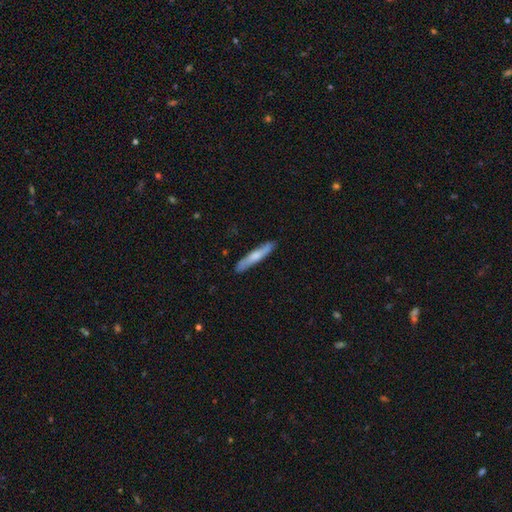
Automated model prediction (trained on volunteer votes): A smooth galaxy with no disk features (56%) that is cigar-shaped (93%).

Vote fractions:
- Smooth or featured? smooth: 56% / featured or disk: 39% / star or artifact: 5%
- How rounded? cigar-shaped: 93% / in between: 6% / round: 1%
- Merging? none: 87% / minor disturbance: 10% / major disturbance: 2% / merger: 1%